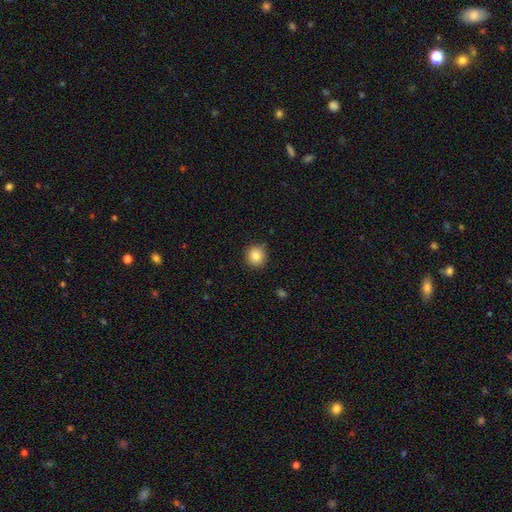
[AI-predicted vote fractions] Smooth or featured? smooth (84%)
How rounded? round (92%)
Merging? none (88%)